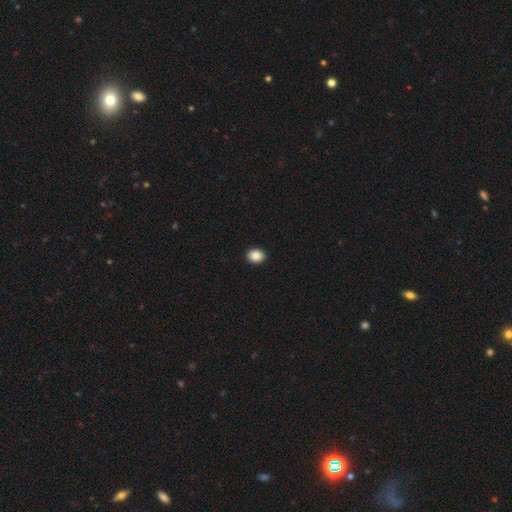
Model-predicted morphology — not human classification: This is clearly a smooth galaxy (88%). How rounded: possibly round (50%). Merging: clearly none (92%).